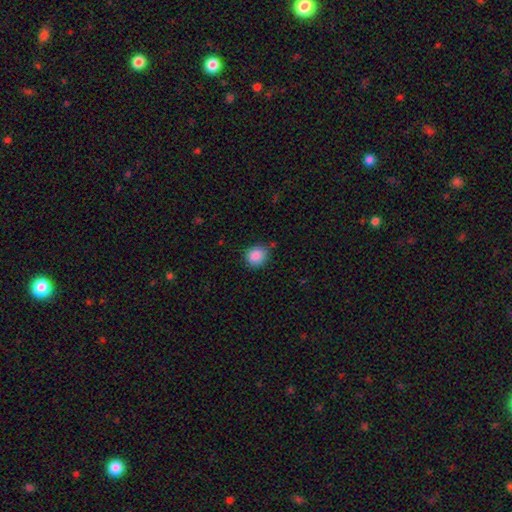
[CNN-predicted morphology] smooth-or-featured: smooth: 88% | star or artifact: 9% | featured or disk: 3%
  how-rounded: round: 78% | in between: 22% | cigar-shaped: 1%
  merging: none: 78% | minor disturbance: 16% | major disturbance: 4% | merger: 2%